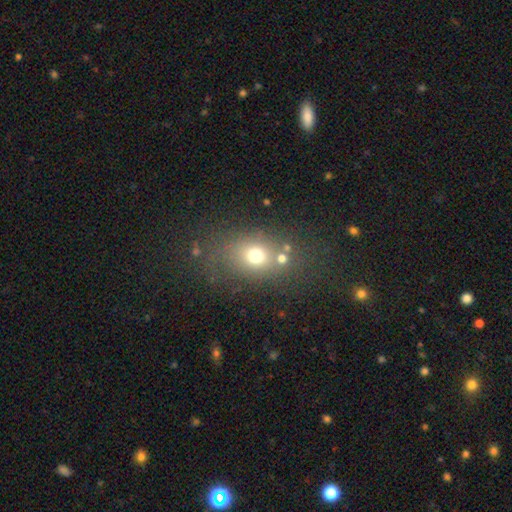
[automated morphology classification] Smooth or featured: smooth — 67% (star or artifact — 19%)
How rounded: round — 49% (tied with in between — 49%)
Merging: none — 62% (minor disturbance — 14%)